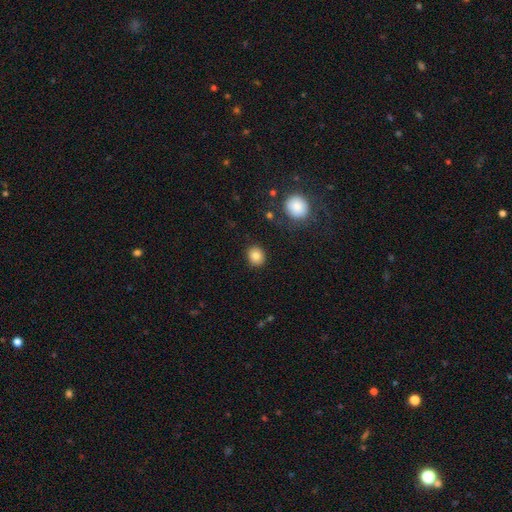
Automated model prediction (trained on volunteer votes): A smooth galaxy with no disk features (84%) that is round (72%). Merging: none (89%).